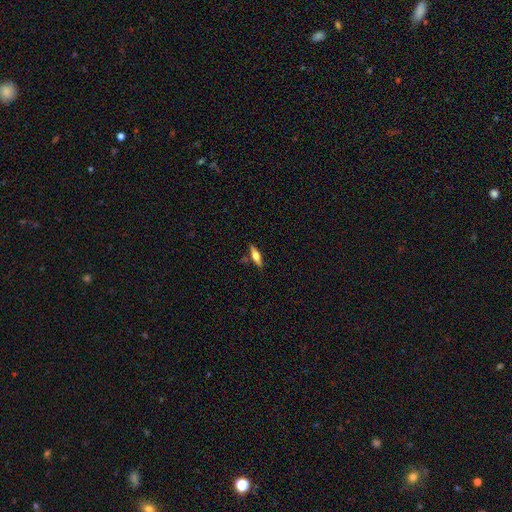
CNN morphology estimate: Smooth or featured: featured or disk — 51% (smooth — 42%)
Edge-on disk: yes — 93% (no — 7%)
Merging: none — 82% (minor disturbance — 11%)